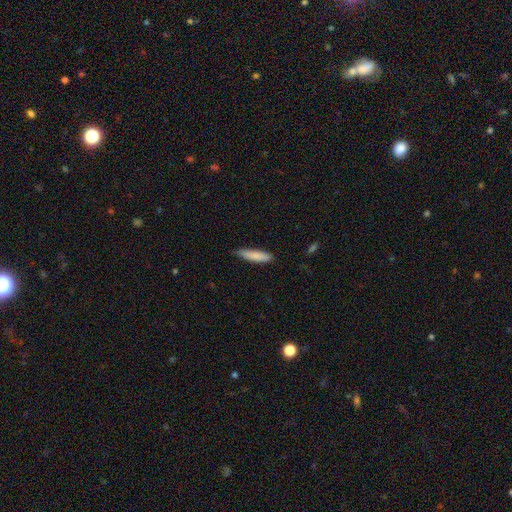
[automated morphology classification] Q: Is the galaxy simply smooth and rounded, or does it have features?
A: smooth — 84%.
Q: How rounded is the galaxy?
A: cigar-shaped — 80%.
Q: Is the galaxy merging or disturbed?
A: none — 74%.